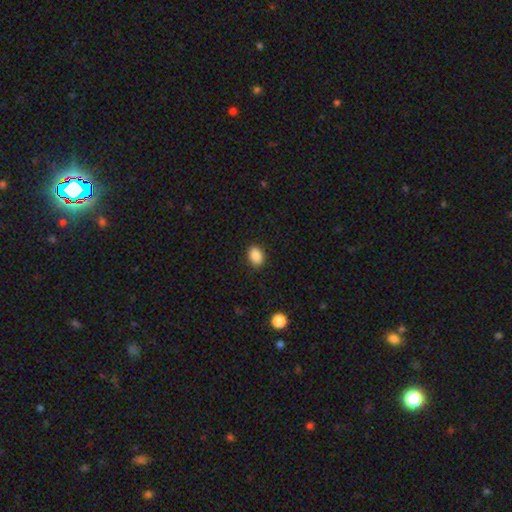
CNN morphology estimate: smooth_or_featured: smooth (p=0.89) [alt: star or artifact p=0.08]
how_rounded: in between (p=0.79) [alt: round p=0.20]
merging: none (p=0.88) [alt: minor disturbance p=0.08]